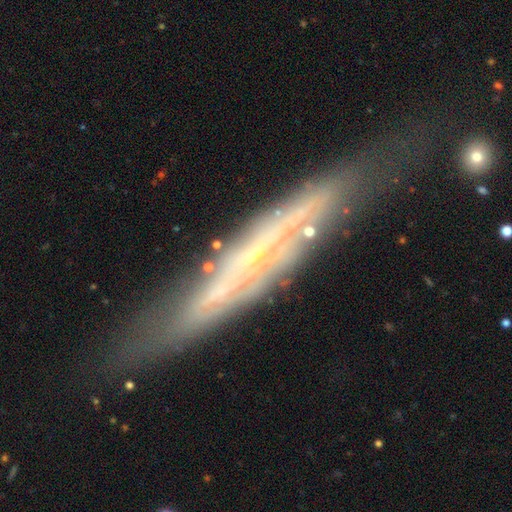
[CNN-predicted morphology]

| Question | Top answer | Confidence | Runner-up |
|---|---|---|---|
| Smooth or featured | featured or disk | 77% | smooth (14%) |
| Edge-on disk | yes | 72% | no (28%) |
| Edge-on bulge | none | 56% | rounded (38%) |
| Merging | none | 70% | minor disturbance (20%) |